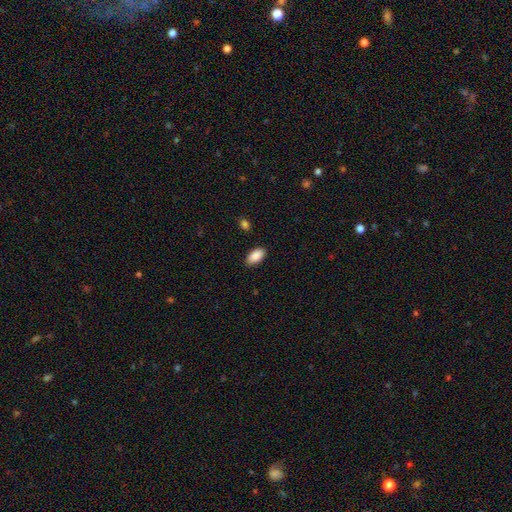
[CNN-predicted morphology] This is clearly a smooth galaxy (90%). How rounded: clearly in between (94%). Merging: clearly none (87%).